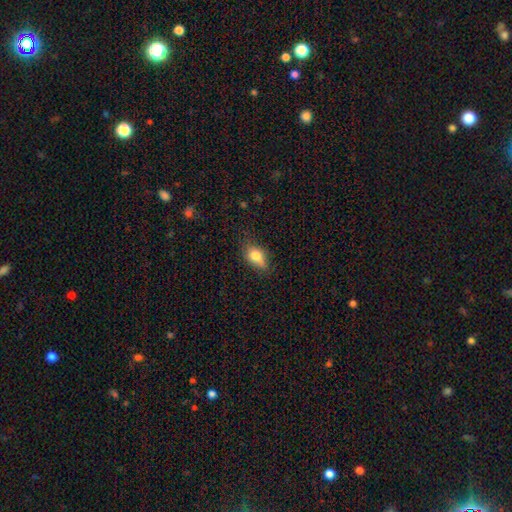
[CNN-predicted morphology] smooth-or-featured: smooth: 77% | featured or disk: 14% | star or artifact: 9%
  how-rounded: in between: 80% | round: 16% | cigar-shaped: 5%
  merging: none: 59% | minor disturbance: 30% | major disturbance: 8% | merger: 2%